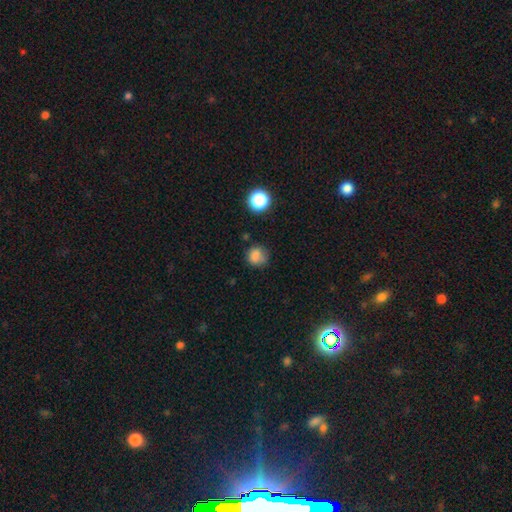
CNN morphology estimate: This appears to be a smooth galaxy with no disk features (81%) that is round (81%). Merging: none (67%).